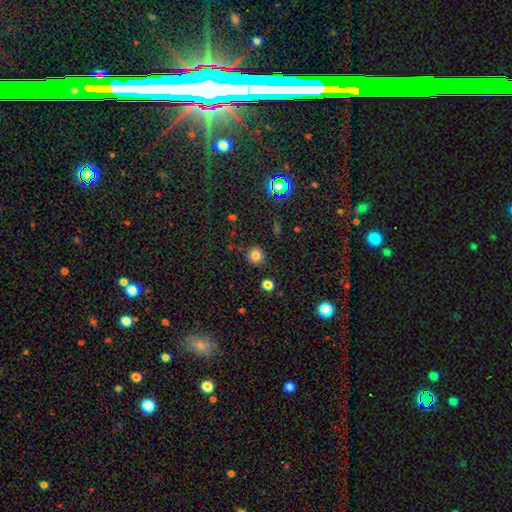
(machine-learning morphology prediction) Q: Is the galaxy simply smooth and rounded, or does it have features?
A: smooth — 78%.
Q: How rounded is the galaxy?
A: round — 93%.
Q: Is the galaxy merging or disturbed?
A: none — 88%.